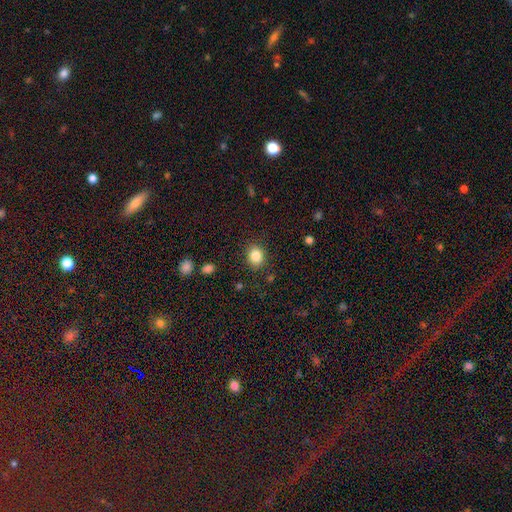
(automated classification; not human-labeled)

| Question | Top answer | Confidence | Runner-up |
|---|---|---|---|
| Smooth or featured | smooth | 85% | star or artifact (10%) |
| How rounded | round | 59% | in between (40%) |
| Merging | none | 86% | minor disturbance (9%) |